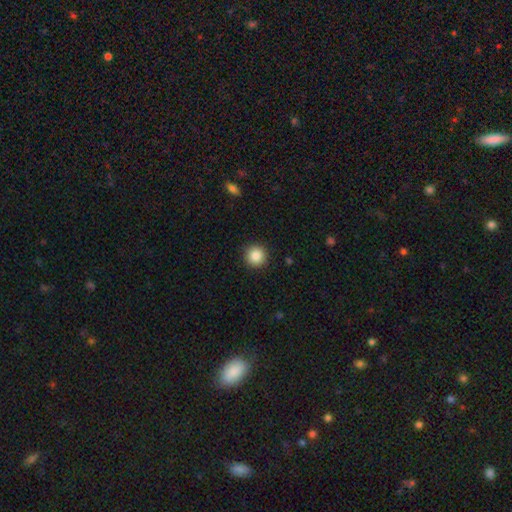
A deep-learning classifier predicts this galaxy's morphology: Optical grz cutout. It shows a smooth galaxy with no disk features (87%) that is round (95%). Merging: none (92%).